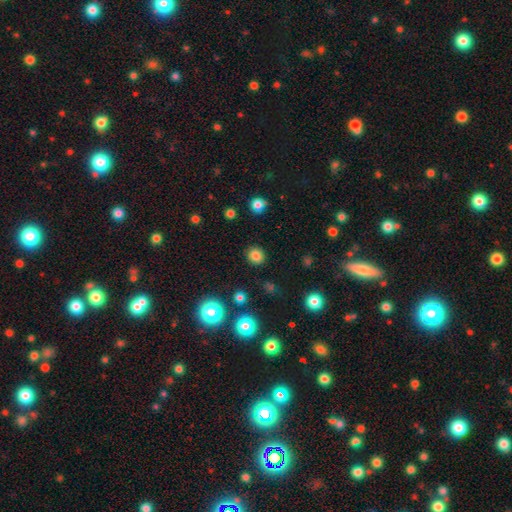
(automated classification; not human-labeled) smooth_or_featured: smooth (p=0.82) [alt: star or artifact p=0.13]
how_rounded: round (p=0.86) [alt: in between p=0.13]
merging: none (p=0.90) [alt: minor disturbance p=0.06]